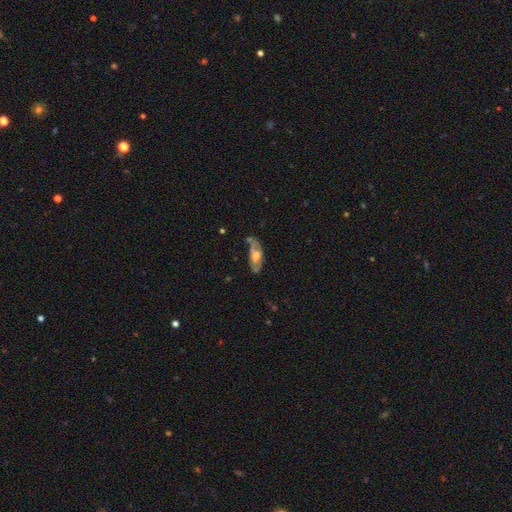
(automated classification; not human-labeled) Smooth or featured? featured or disk (57%)
Edge-on disk? no (77%)
Merging? none (55%)